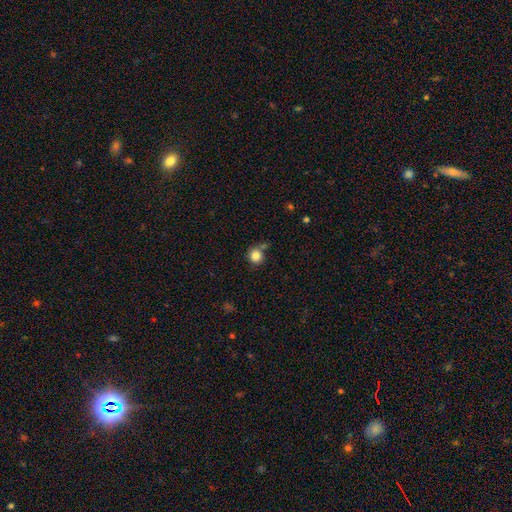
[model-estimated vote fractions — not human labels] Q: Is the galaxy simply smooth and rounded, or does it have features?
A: smooth — 84%.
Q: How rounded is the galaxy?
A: round — 88%.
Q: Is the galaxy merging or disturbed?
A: none — 64%.